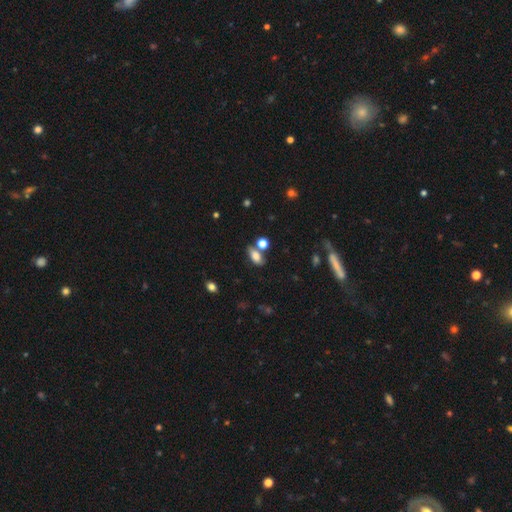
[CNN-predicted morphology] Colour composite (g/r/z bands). It shows a smooth galaxy with no disk features (77%) that is in between round and cigar-shaped (83%). Merging: none (59%).